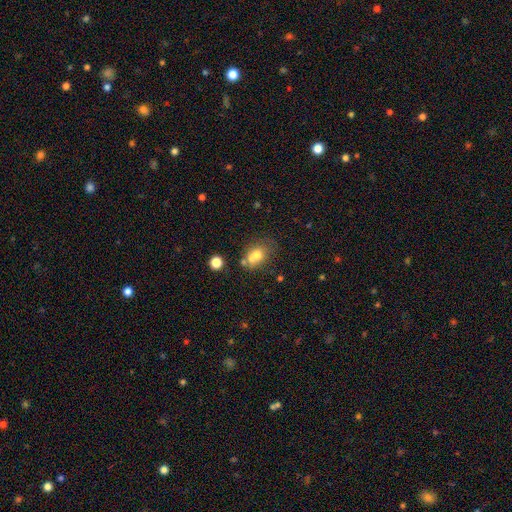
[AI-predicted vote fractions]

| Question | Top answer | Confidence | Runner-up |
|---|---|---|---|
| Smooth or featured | smooth | 69% | featured or disk (18%) |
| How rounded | in between | 53% | round (46%) |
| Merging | none | 43% | merger (35%) |